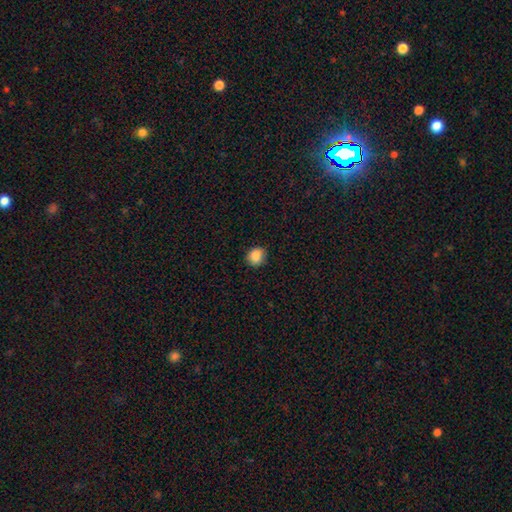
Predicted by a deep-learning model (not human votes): Q: Smooth or featured?
A: smooth (87%); runner-up: star or artifact (9%)
Q: How rounded?
A: round (73%); runner-up: in between (26%)
Q: Merging?
A: none (80%); runner-up: minor disturbance (16%)